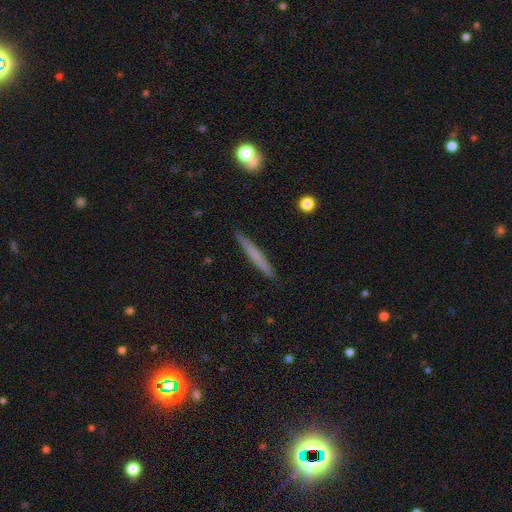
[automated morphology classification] This is possibly a smooth galaxy (58%). How rounded: clearly cigar-shaped (96%). Merging: clearly none (91%).